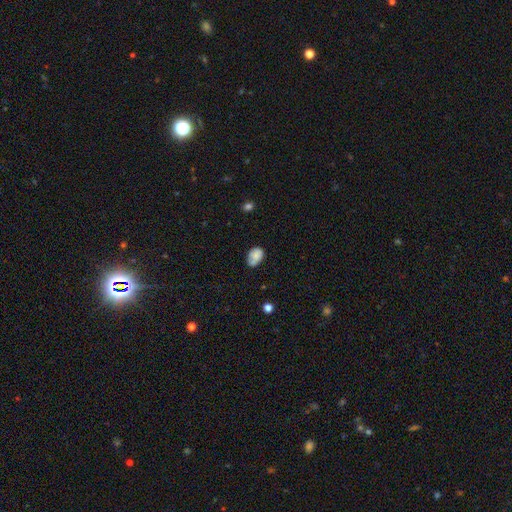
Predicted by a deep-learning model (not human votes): Overall: smooth (77%). How rounded: in between (81%). Merging: none (54%; minor disturbance 33%).